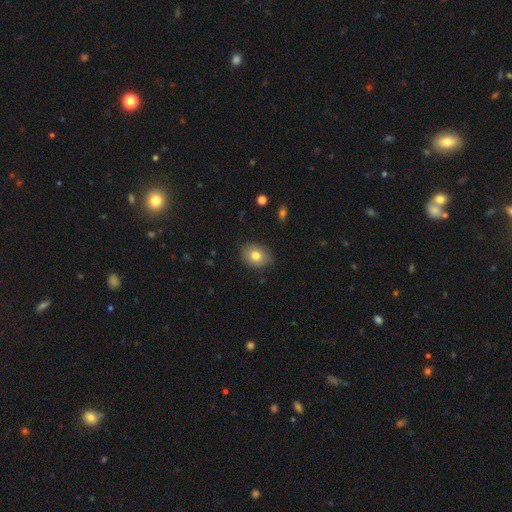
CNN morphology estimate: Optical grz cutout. It shows a smooth galaxy with no disk features (78%) that is in between round and cigar-shaped (64%). Merging: none (86%).